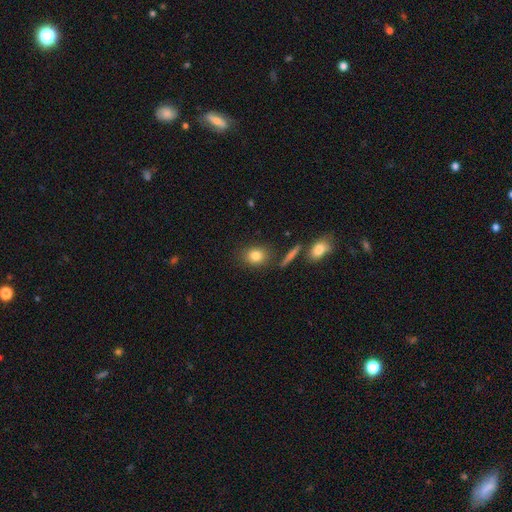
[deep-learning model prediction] A smooth galaxy with no disk features (82%) that is round (56%). Merging: none (79%).